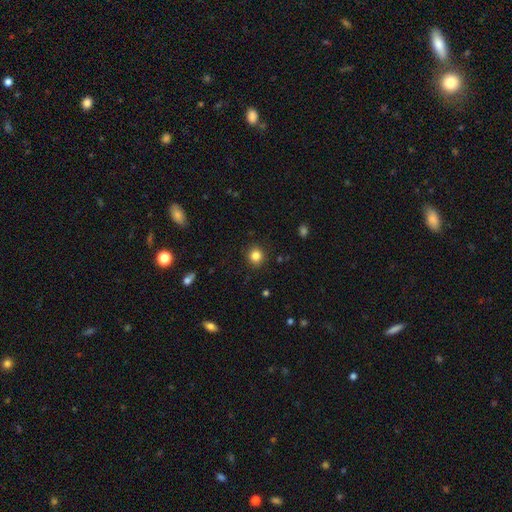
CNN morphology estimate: Smooth or featured? smooth (84%)
How rounded? round (88%)
Merging? none (90%)